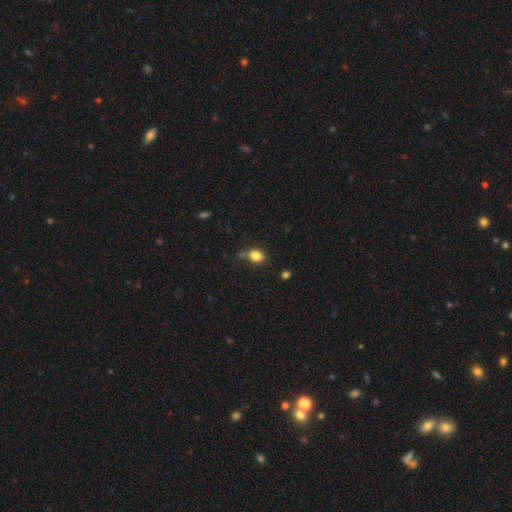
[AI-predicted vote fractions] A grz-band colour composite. It shows a smooth galaxy with no disk features (83%) that is in between round and cigar-shaped (60%). Merging: none (51%).